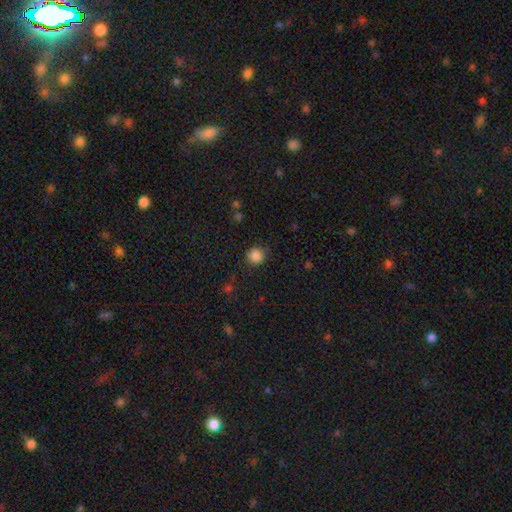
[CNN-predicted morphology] A smooth galaxy with no disk features (85%) that is round (92%).

Vote fractions:
- Smooth or featured? smooth: 85% / star or artifact: 11% / featured or disk: 4%
- How rounded? round: 92% / in between: 7% / cigar-shaped: 1%
- Merging? none: 84% / minor disturbance: 11% / major disturbance: 3% / merger: 1%